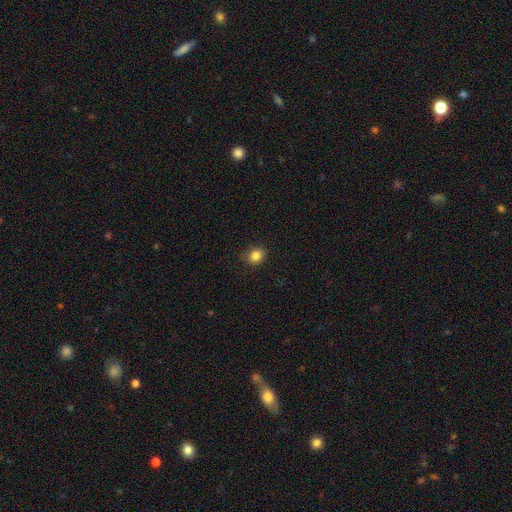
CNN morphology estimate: smooth_or_featured: smooth (p=0.84) [alt: star or artifact p=0.11]
how_rounded: round (p=0.77) [alt: in between p=0.22]
merging: none (p=0.86) [alt: minor disturbance p=0.10]